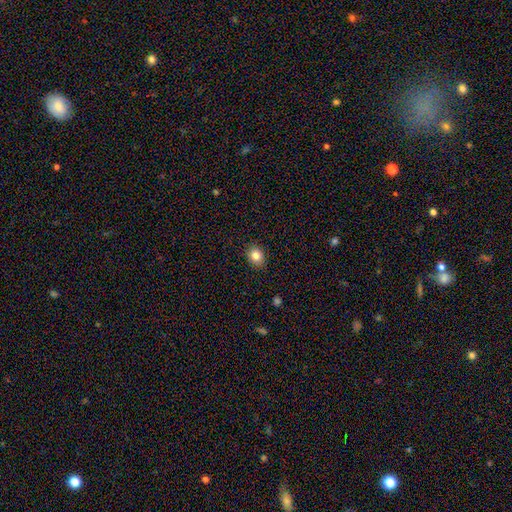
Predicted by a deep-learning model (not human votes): Overall: smooth (84%). How rounded: round (52%; in between 48%). Merging: none (89%).